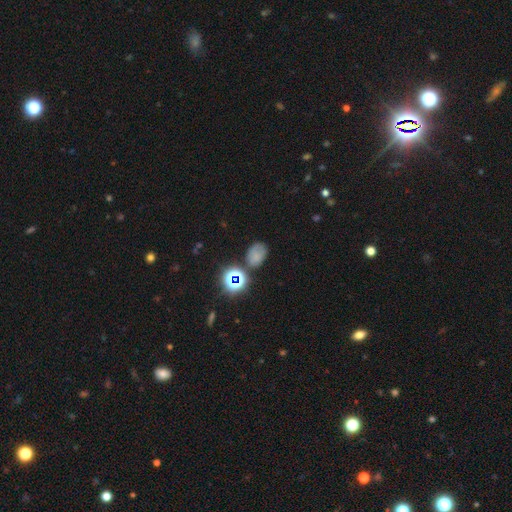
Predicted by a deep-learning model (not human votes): smooth 61%, star or artifact 26%, featured or disk 13%. Down the decision tree: how rounded — in between (70%); merging — none (61%).